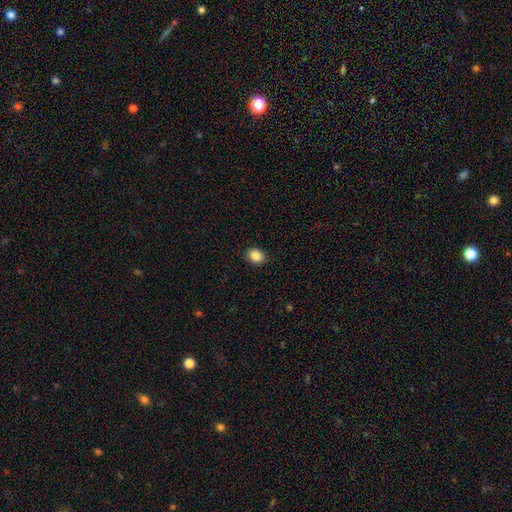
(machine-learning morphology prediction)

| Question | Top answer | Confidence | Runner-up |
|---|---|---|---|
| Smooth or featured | smooth | 86% | star or artifact (10%) |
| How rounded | round | 54% | in between (45%) |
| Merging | none | 91% | minor disturbance (6%) |